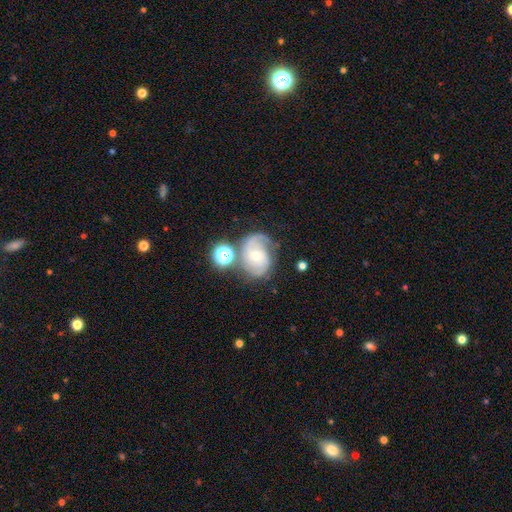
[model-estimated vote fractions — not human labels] Q: Smooth or featured?
A: featured or disk (80%); runner-up: smooth (12%)
Q: Edge-on disk?
A: no (97%); runner-up: yes (3%)
Q: Bar?
A: no (64%); runner-up: weak (29%)
Q: Spiral arms?
A: yes (95%); runner-up: no (5%)
Q: Spiral winding?
A: tight (45%); runner-up: medium (42%)
Q: Spiral arm count?
A: 2 (66%); runner-up: can't tell (13%)
Q: Bulge size?
A: small (48%); runner-up: moderate (47%)
Q: Merging?
A: none (59%); runner-up: minor disturbance (19%)